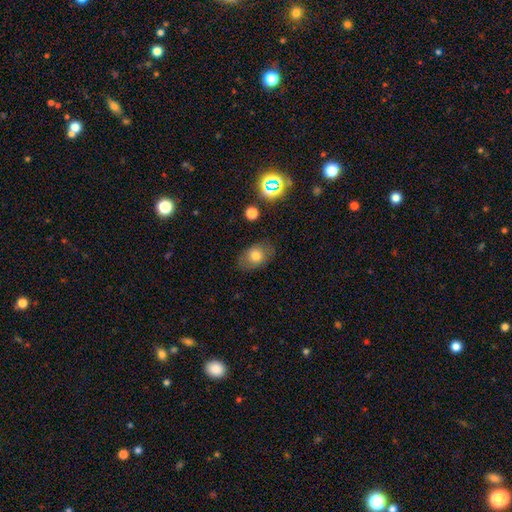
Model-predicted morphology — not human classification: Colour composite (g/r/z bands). It shows a smooth galaxy with no disk features (76%) that is in between round and cigar-shaped (71%). Merging: none (79%).